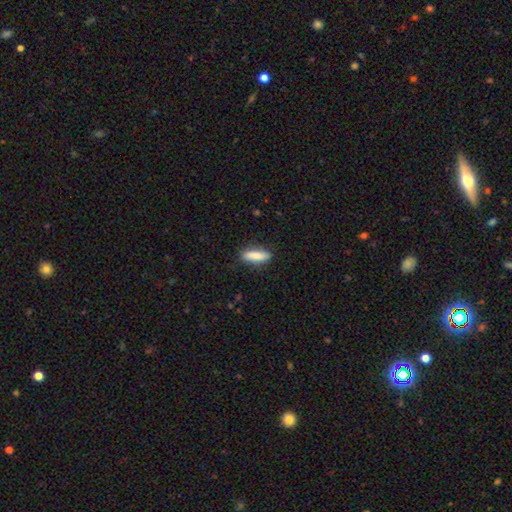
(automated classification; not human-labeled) Overall: smooth (84%). How rounded: cigar-shaped (56%; in between 42%). Merging: none (87%).